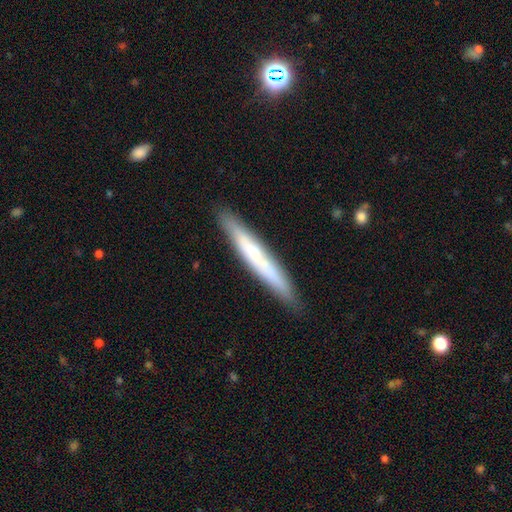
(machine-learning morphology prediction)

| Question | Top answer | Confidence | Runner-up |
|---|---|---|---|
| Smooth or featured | smooth | 53% | featured or disk (41%) |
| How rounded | cigar-shaped | 95% | in between (4%) |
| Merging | none | 88% | minor disturbance (9%) |